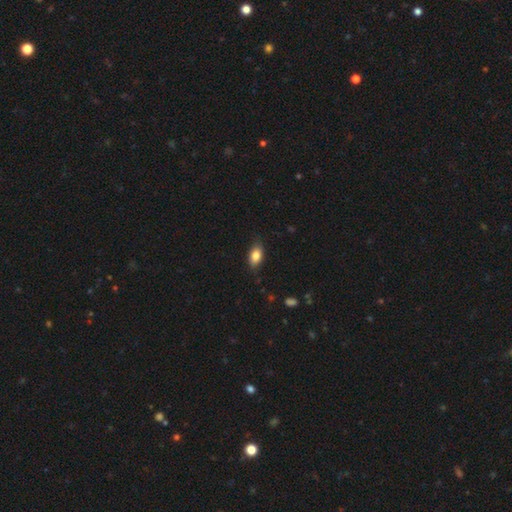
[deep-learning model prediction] Smooth or featured?
  - smooth: 83% *
  - featured or disk: 9%
  - star or artifact: 8%
How rounded?
  - in between: 88% *
  - round: 9%
  - cigar-shaped: 4%
Merging?
  - none: 82% *
  - minor disturbance: 14%
  - major disturbance: 3%
  - merger: 1%